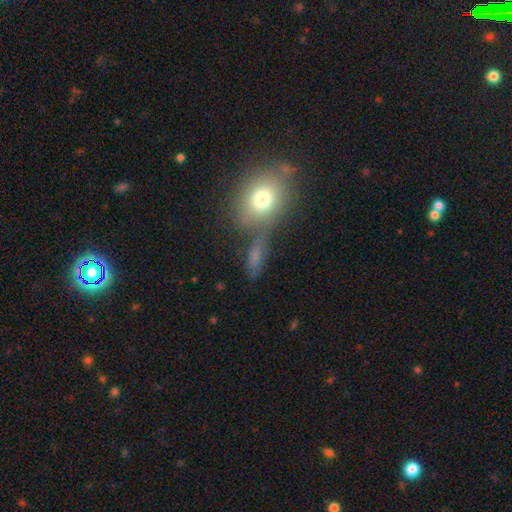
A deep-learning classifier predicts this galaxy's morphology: This appears to be a smooth galaxy with no disk features (62%) that is in between round and cigar-shaped (61%). Merging: none (56%).